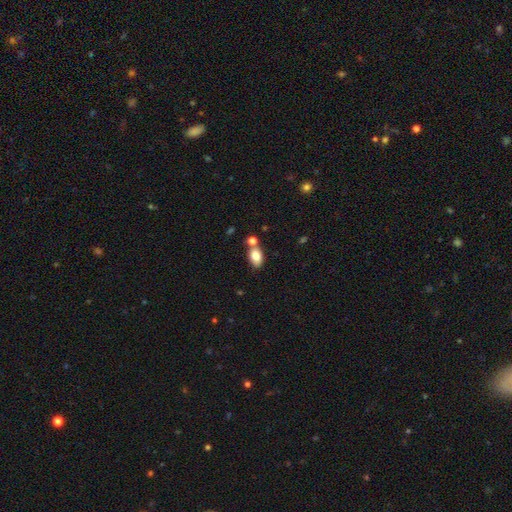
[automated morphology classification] This is clearly a smooth galaxy (82%). How rounded: clearly in between (88%). Merging: possibly none (58%).